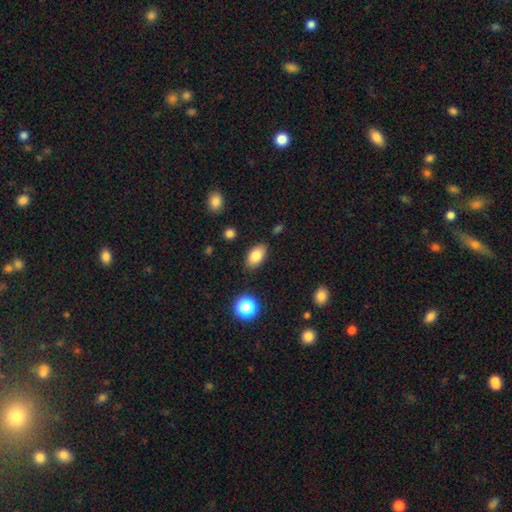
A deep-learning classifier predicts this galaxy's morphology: Smooth or featured? smooth (81%)
How rounded? in between (90%)
Merging? none (84%)